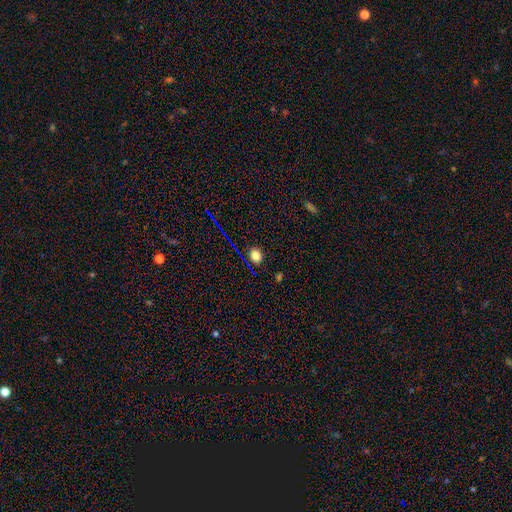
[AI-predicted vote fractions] smooth-or-featured: smooth: 77% | star or artifact: 17% | featured or disk: 6%
  how-rounded: round: 59% | in between: 40% | cigar-shaped: 1%
  merging: none: 87% | minor disturbance: 9% | major disturbance: 3% | merger: 2%